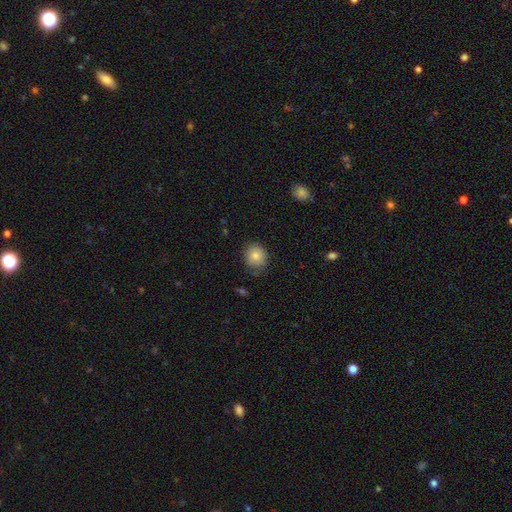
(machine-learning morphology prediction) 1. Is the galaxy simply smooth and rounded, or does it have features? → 82% smooth, 9% featured or disk, 9% star or artifact.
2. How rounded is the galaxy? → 73% round, 26% in between, 1% cigar-shaped.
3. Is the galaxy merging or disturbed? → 79% none, 16% minor disturbance, 3% major disturbance, 1% merger.